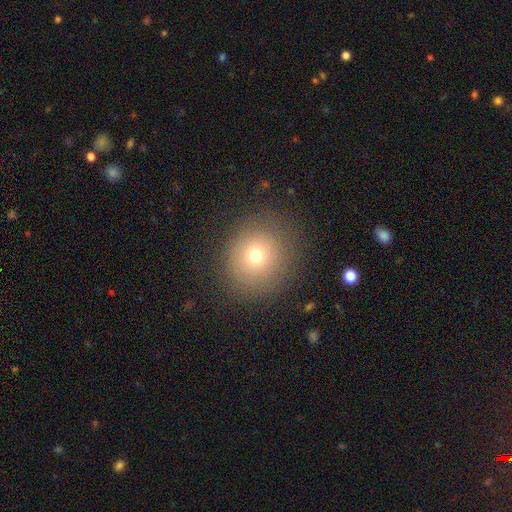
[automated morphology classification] A smooth galaxy with no disk features (71%) that is round (86%).

Vote fractions:
- Smooth or featured? smooth: 71% / star or artifact: 17% / featured or disk: 13%
- How rounded? round: 86% / in between: 13% / cigar-shaped: 1%
- Merging? none: 85% / minor disturbance: 9% / major disturbance: 5% / merger: 1%